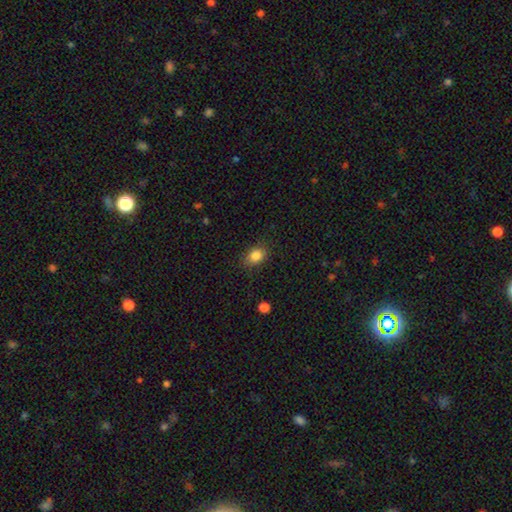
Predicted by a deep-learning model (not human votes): Smooth or featured: smooth — 85% (star or artifact — 10%)
How rounded: in between — 61% (round — 37%)
Merging: none — 83% (minor disturbance — 13%)